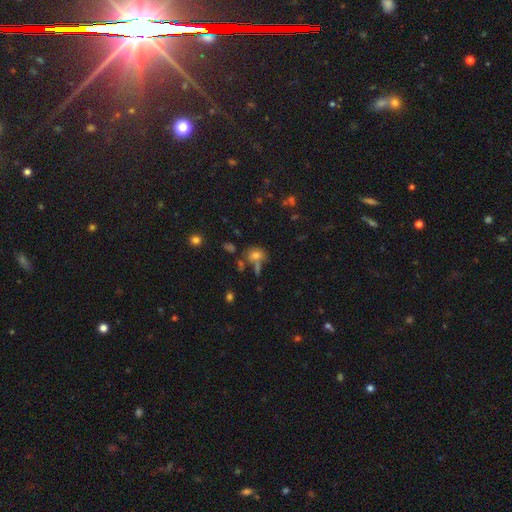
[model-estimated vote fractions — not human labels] A smooth galaxy with no disk features (63%) that is round (56%).

Vote fractions:
- Smooth or featured? smooth: 63% / star or artifact: 23% / featured or disk: 14%
- How rounded? round: 56% / in between: 42% / cigar-shaped: 2%
- Merging? none: 58% / merger: 20% / minor disturbance: 15% / major disturbance: 8%